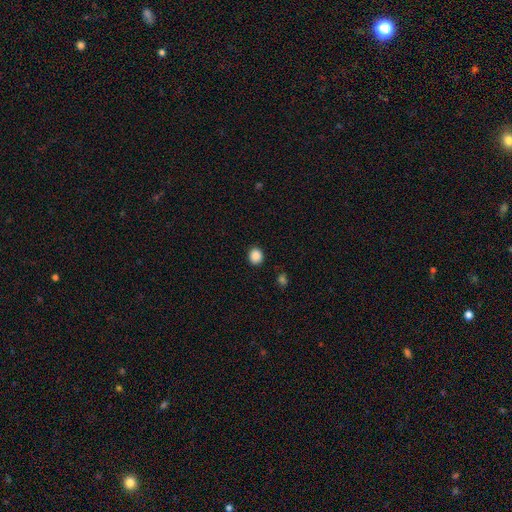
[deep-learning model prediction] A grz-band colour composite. It shows a smooth galaxy with no disk features (88%) that is round (81%). Merging: none (91%).